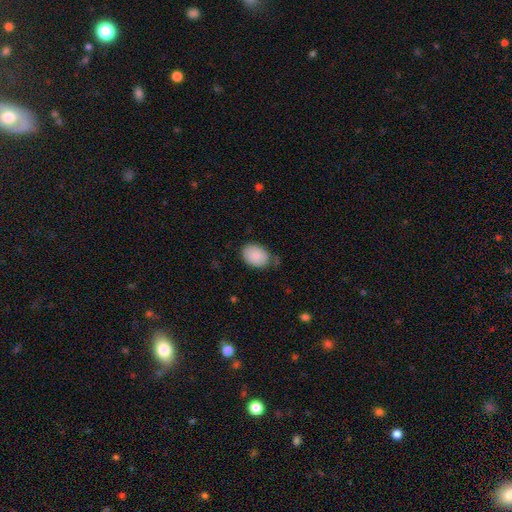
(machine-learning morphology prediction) smooth 87%, star or artifact 6%, featured or disk 6%. Down the decision tree: how rounded — in between (75%); merging — none (66%).